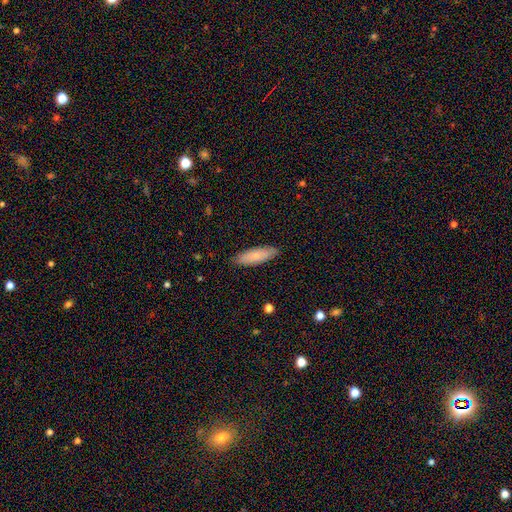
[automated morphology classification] The model was most divided on "how rounded": cigar-shaped: 52%, in between: 47%, round: 2%. More confident: merging — none (87%); smooth or featured — smooth (80%).